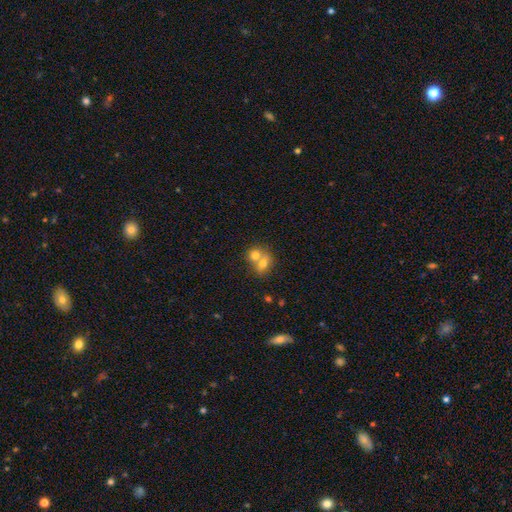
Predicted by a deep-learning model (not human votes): A smooth galaxy with no disk features (62%) that is round (67%).

Vote fractions:
- Smooth or featured? smooth: 62% / featured or disk: 24% / star or artifact: 14%
- How rounded? round: 67% / in between: 31% / cigar-shaped: 2%
- Merging? merger: 62% / none: 29% / minor disturbance: 6% / major disturbance: 3%